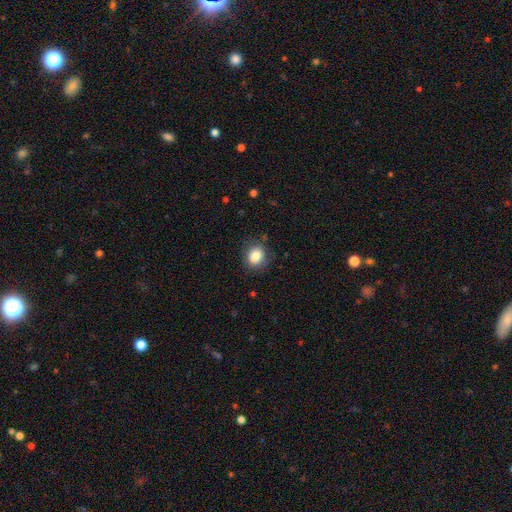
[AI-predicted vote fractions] Smooth or featured? smooth (84%)
How rounded? round (57%)
Merging? none (82%)